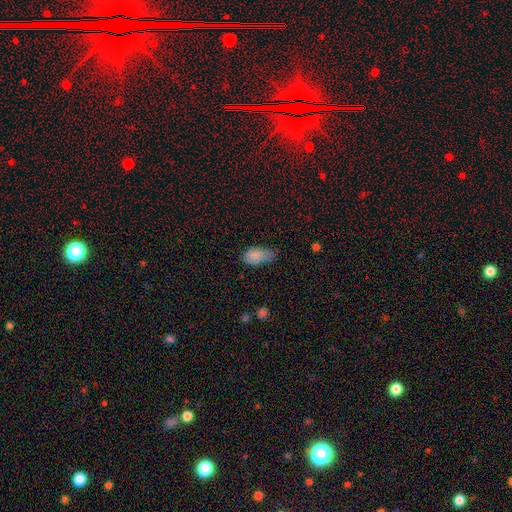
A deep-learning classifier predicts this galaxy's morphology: type=smooth (84%); roundness=in between (93%); merging=minor disturbance (46%).